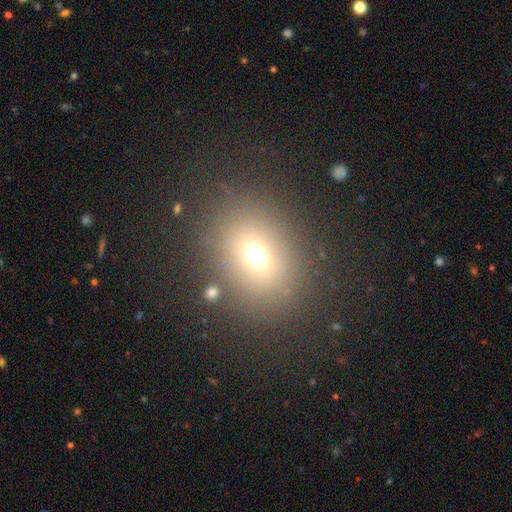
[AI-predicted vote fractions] A smooth galaxy with no disk features (68%) that is in between round and cigar-shaped (52%). Merging: none (83%).